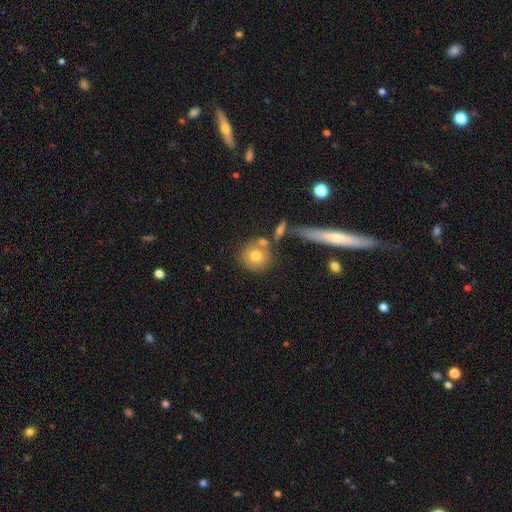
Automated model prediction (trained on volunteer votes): Smooth or featured: smooth — 72% (featured or disk — 18%)
How rounded: round — 88% (in between — 10%)
Merging: none — 63% (merger — 20%)